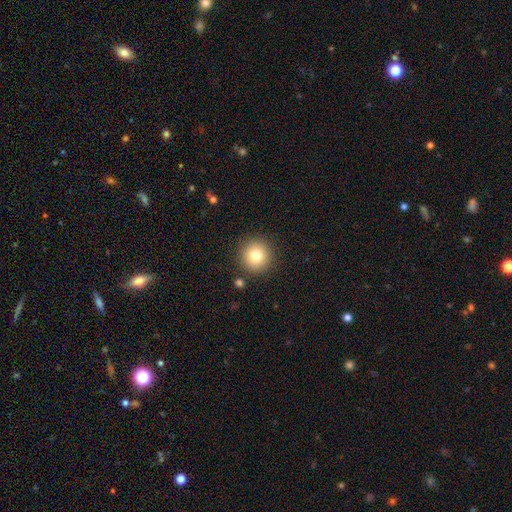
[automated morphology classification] The model was most divided on "smooth or featured": smooth: 80%, star or artifact: 11%, featured or disk: 9%. More confident: how rounded — round (95%); merging — none (89%).